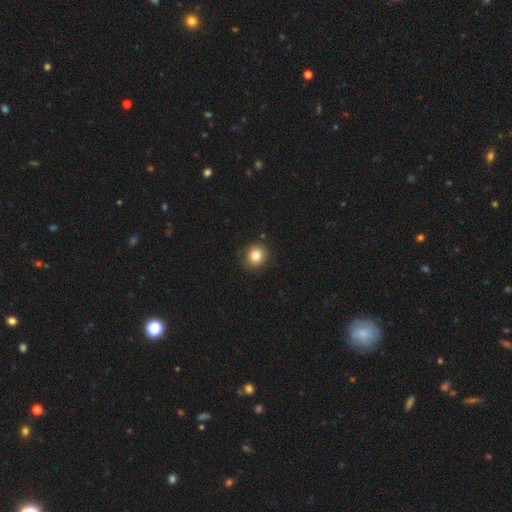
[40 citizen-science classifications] Morphology: type=smooth (82%); roundness=round (94%); merging=none (70%).